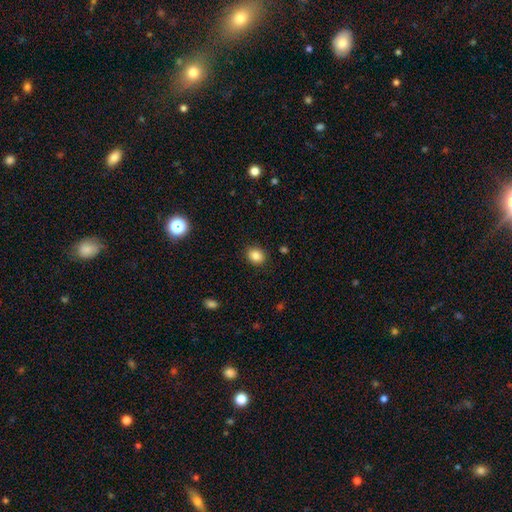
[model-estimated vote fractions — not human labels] Smooth or featured: smooth — 85% (star or artifact — 10%)
How rounded: round — 63% (in between — 36%)
Merging: none — 89% (minor disturbance — 8%)